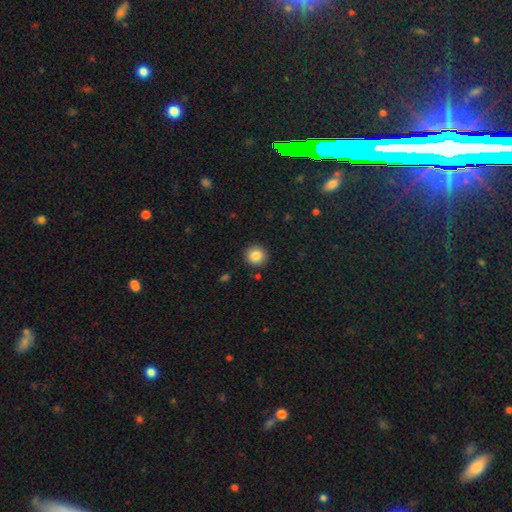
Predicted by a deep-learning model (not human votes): smooth_or_featured: smooth (p=0.85) [alt: star or artifact p=0.09]
how_rounded: round (p=0.90) [alt: in between p=0.09]
merging: none (p=0.90) [alt: minor disturbance p=0.06]